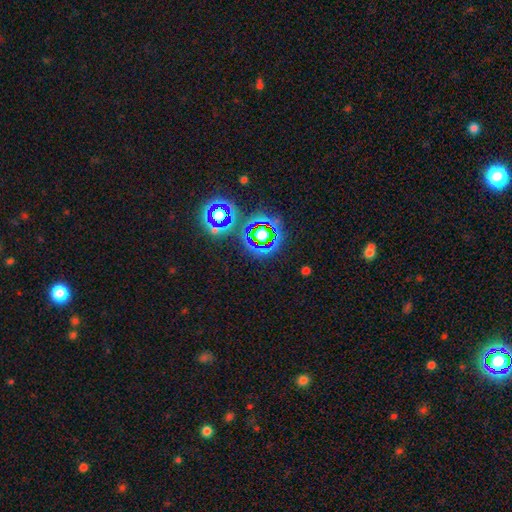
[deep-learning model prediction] smooth-or-featured: star or artifact: 72% | smooth: 18% | featured or disk: 10%